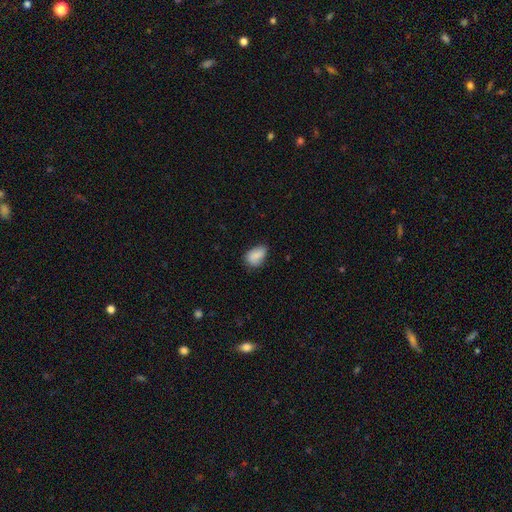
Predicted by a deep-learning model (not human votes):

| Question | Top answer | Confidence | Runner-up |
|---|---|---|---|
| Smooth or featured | smooth | 84% | featured or disk (9%) |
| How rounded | in between | 85% | round (14%) |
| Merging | none | 64% | minor disturbance (29%) |